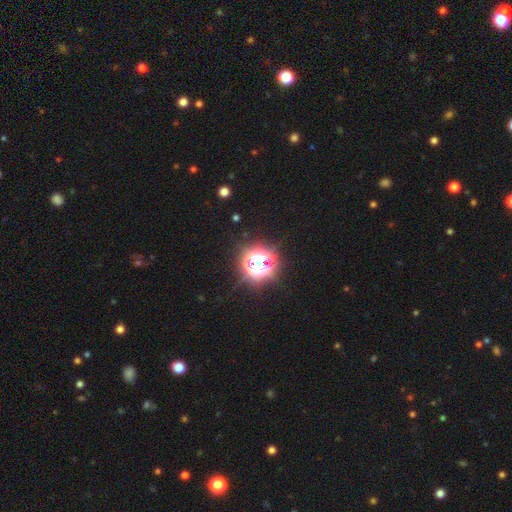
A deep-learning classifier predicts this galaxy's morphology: This is clearly a star or artifact rather than a galaxy (83%).